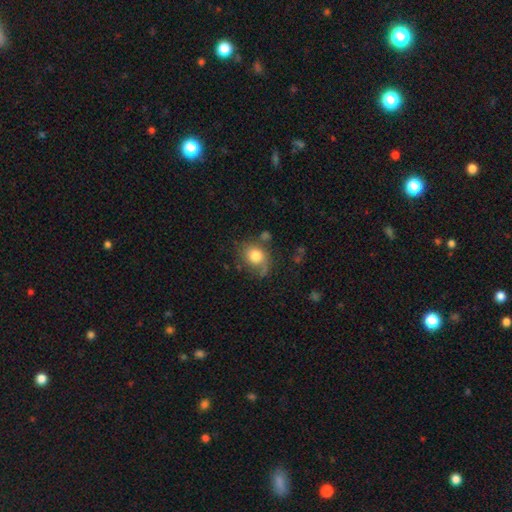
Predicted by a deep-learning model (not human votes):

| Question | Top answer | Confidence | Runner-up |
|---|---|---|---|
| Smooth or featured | smooth | 73% | featured or disk (18%) |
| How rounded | round | 57% | in between (41%) |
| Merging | none | 54% | minor disturbance (26%) |